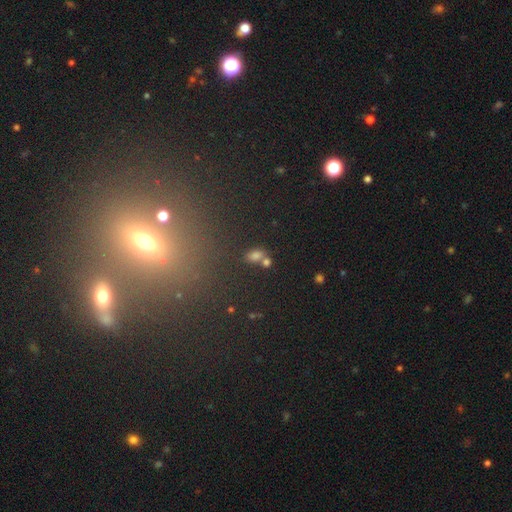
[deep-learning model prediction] smooth_or_featured: smooth (p=0.66) [alt: star or artifact p=0.24]
how_rounded: in between (p=0.72) [alt: round p=0.25]
merging: none (p=0.51) [alt: merger p=0.31]